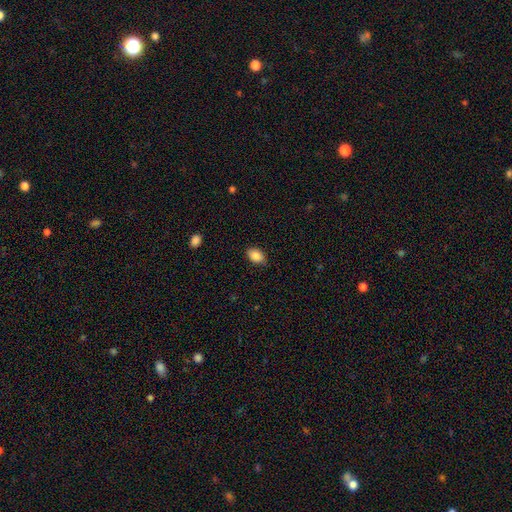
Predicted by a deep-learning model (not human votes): The model was most divided on "merging": none: 82%, minor disturbance: 15%, major disturbance: 2%, merger: 1%. More confident: how rounded — in between (86%); smooth or featured — smooth (86%).